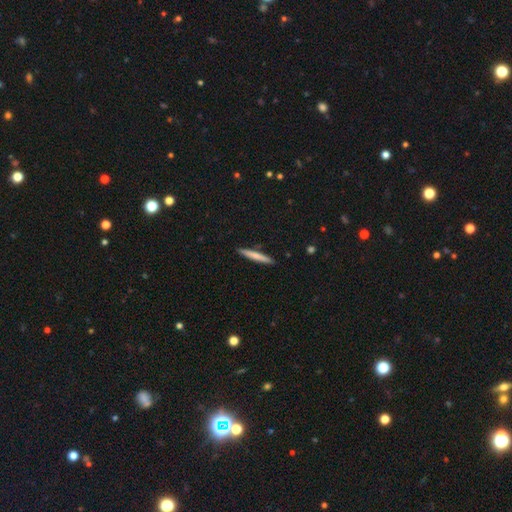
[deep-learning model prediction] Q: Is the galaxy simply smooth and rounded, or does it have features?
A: smooth — 69%.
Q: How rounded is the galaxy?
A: cigar-shaped — 96%.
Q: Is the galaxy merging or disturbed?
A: none — 91%.